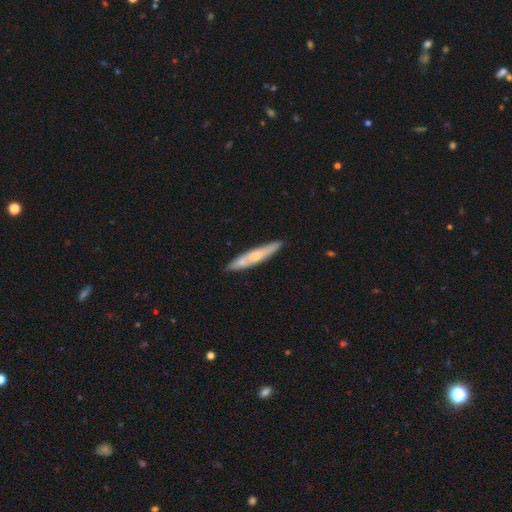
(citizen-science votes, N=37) A featured or disk galaxy (62%) viewed edge-on (78%) with a rounded central bulge (50%). Merging: none (83%).